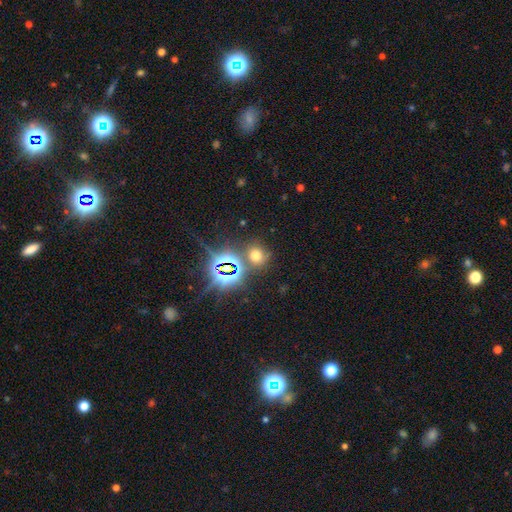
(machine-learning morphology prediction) smooth 52%, star or artifact 39%, featured or disk 9%. Down the decision tree: how rounded — round (79%); merging — none (74%).